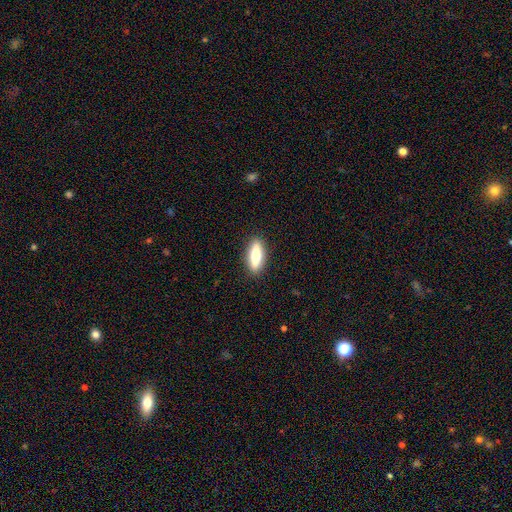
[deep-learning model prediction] Smooth or featured: smooth — 63% (featured or disk — 30%)
How rounded: in between — 55% (cigar-shaped — 42%)
Merging: none — 89% (minor disturbance — 8%)